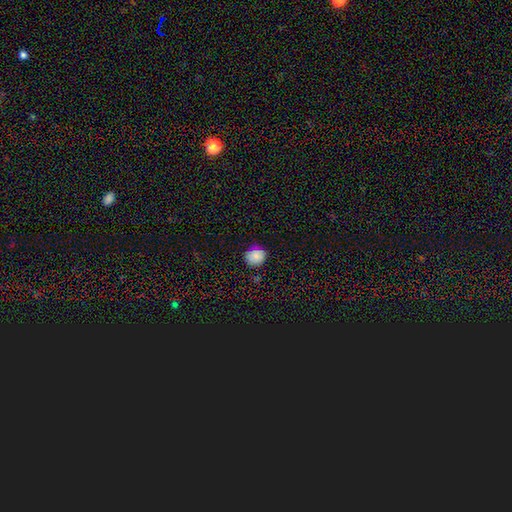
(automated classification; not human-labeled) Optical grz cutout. It shows a smooth galaxy with no disk features (85%) that is round (80%). Merging: none (84%).